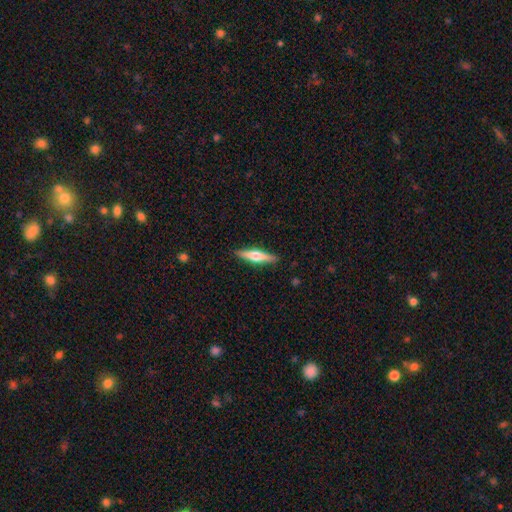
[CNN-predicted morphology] Q: Smooth or featured?
A: featured or disk (50%); runner-up: smooth (45%)
Q: Edge-on disk?
A: yes (96%); runner-up: no (4%)
Q: Merging?
A: none (90%); runner-up: minor disturbance (7%)